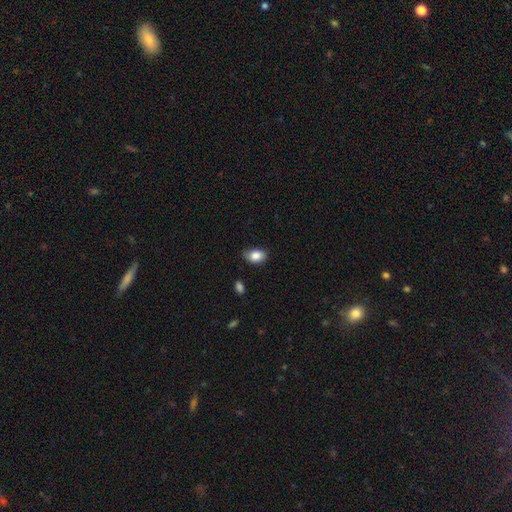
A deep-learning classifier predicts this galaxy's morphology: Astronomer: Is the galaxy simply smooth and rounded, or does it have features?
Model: smooth — 85%.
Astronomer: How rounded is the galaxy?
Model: in between — 81%.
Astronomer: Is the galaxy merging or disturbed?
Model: none — 74%.